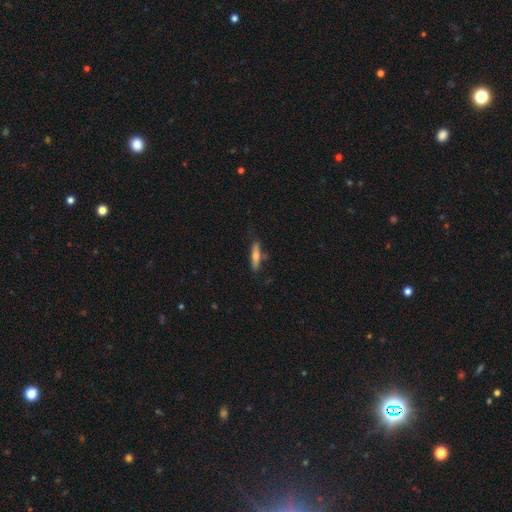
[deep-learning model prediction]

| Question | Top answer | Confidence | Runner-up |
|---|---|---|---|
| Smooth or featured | smooth | 61% | featured or disk (33%) |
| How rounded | cigar-shaped | 82% | in between (16%) |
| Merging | none | 78% | minor disturbance (16%) |